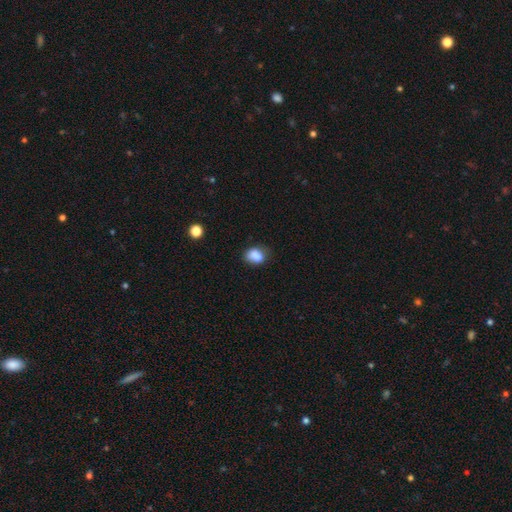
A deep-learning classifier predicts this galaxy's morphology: Smooth or featured?
  - smooth: 82% *
  - star or artifact: 10%
  - featured or disk: 8%
How rounded?
  - in between: 66% *
  - round: 33%
  - cigar-shaped: 1%
Merging?
  - none: 54% *
  - minor disturbance: 27%
  - merger: 12%
  - major disturbance: 7%